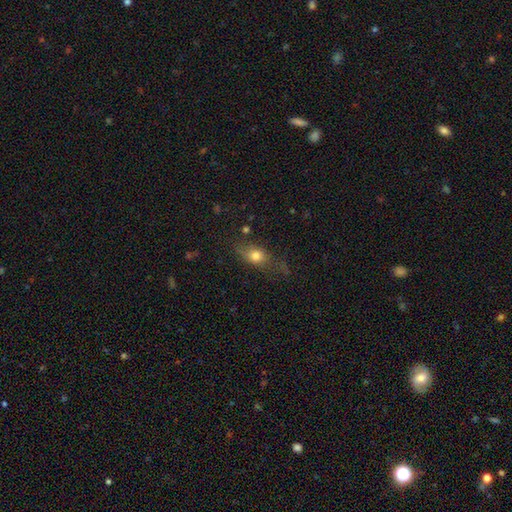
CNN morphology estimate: smooth_or_featured: smooth (p=0.73) [alt: featured or disk p=0.16]
how_rounded: in between (p=0.63) [alt: round p=0.26]
merging: none (p=0.58) [alt: minor disturbance p=0.25]